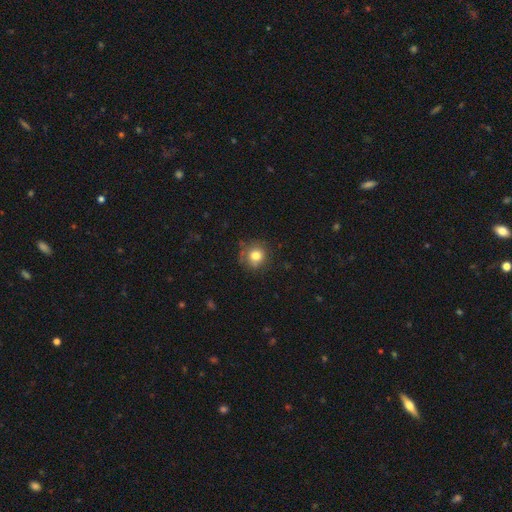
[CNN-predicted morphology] Smooth or featured?
  - smooth: 78% *
  - star or artifact: 12%
  - featured or disk: 10%
How rounded?
  - round: 87% *
  - in between: 12%
  - cigar-shaped: 1%
Merging?
  - none: 72% *
  - minor disturbance: 20%
  - major disturbance: 6%
  - merger: 3%